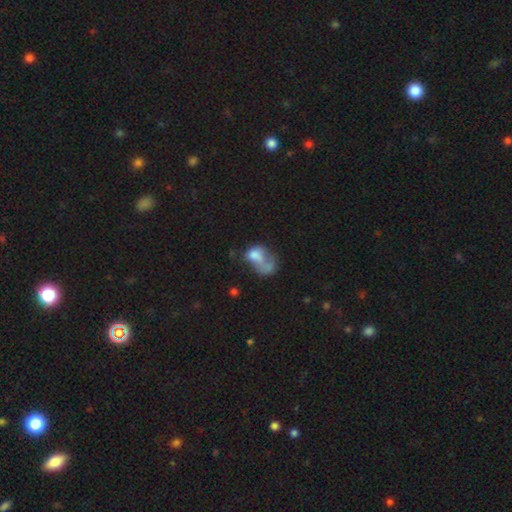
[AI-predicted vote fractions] Smooth or featured: smooth — 61% (featured or disk — 28%)
How rounded: in between — 73% (round — 25%)
Merging: merger — 45% (major disturbance — 30%)